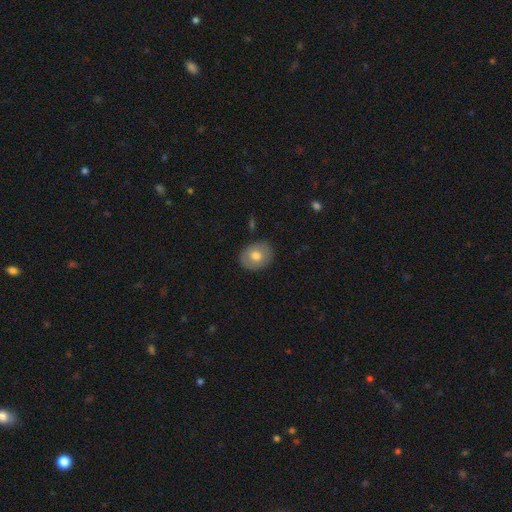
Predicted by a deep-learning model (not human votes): A smooth galaxy with no disk features (73%) that is round (50%).

Vote fractions:
- Smooth or featured? smooth: 73% / featured or disk: 20% / star or artifact: 7%
- How rounded? round: 50% / in between: 49% / cigar-shaped: 1%
- Merging? none: 87% / minor disturbance: 9% / major disturbance: 2% / merger: 1%